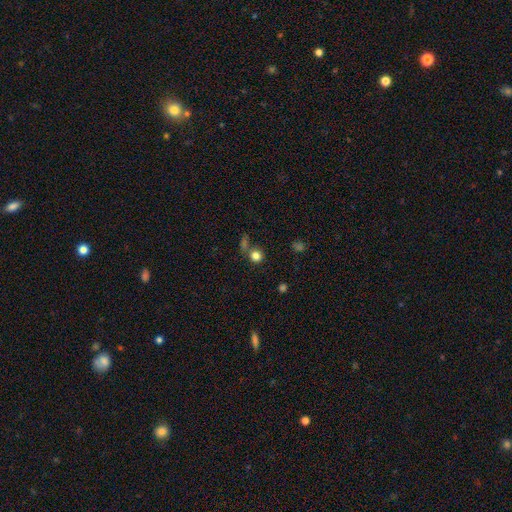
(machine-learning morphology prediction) The model was most divided on "merging": none: 66%, merger: 19%, minor disturbance: 10%, major disturbance: 5%. More confident: how rounded — round (90%); smooth or featured — smooth (80%).